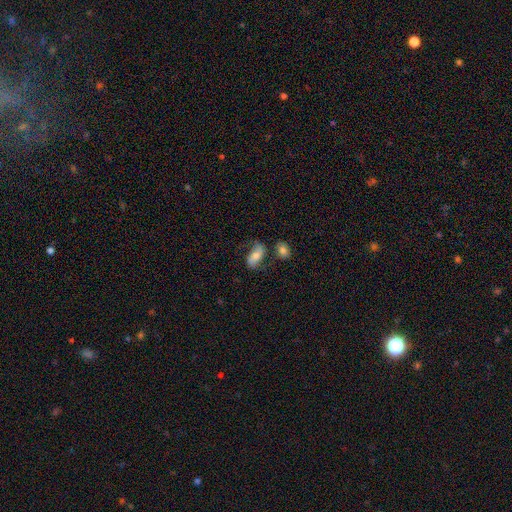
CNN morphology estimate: type=featured or disk (50%); edge-on=no (92%); merging=none (58%).